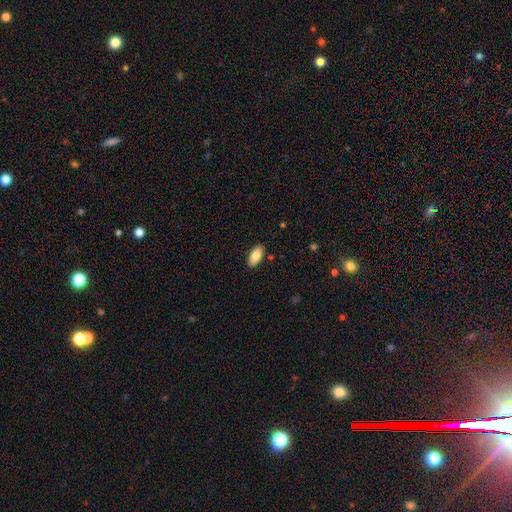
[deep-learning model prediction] smooth_or_featured: smooth (p=0.82) [alt: featured or disk p=0.12]
how_rounded: in between (p=0.91) [alt: cigar-shaped p=0.07]
merging: none (p=0.89) [alt: minor disturbance p=0.08]